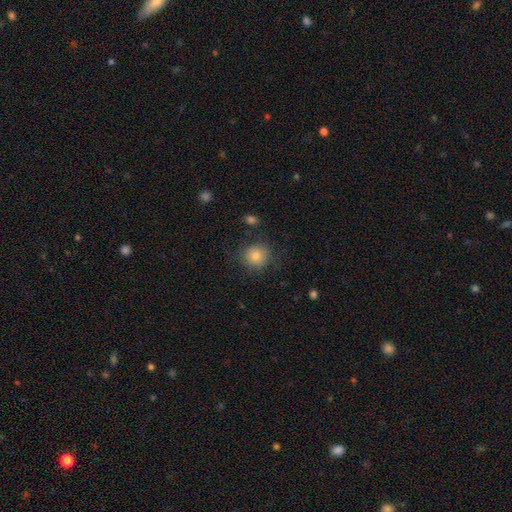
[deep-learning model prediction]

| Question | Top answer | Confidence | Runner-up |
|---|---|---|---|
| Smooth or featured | smooth | 79% | star or artifact (13%) |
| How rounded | round | 90% | in between (9%) |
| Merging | none | 83% | minor disturbance (11%) |